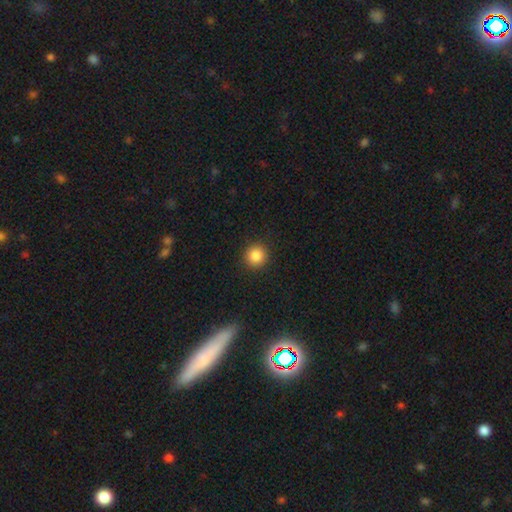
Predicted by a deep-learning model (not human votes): smooth_or_featured: smooth (p=0.86) [alt: star or artifact p=0.10]
how_rounded: round (p=0.93) [alt: in between p=0.06]
merging: none (p=0.91) [alt: minor disturbance p=0.05]